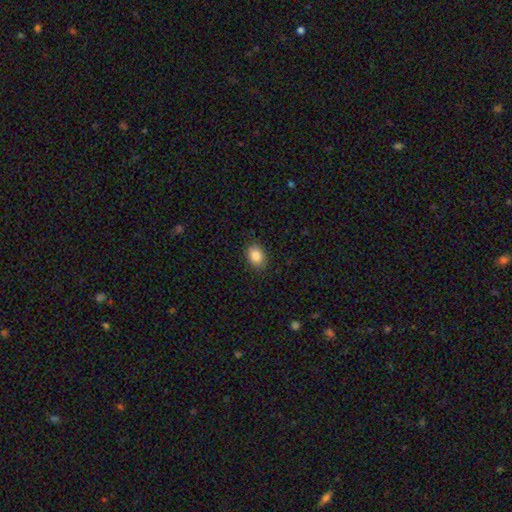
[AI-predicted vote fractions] Smooth or featured? smooth (86%)
How rounded? in between (75%)
Merging? none (88%)